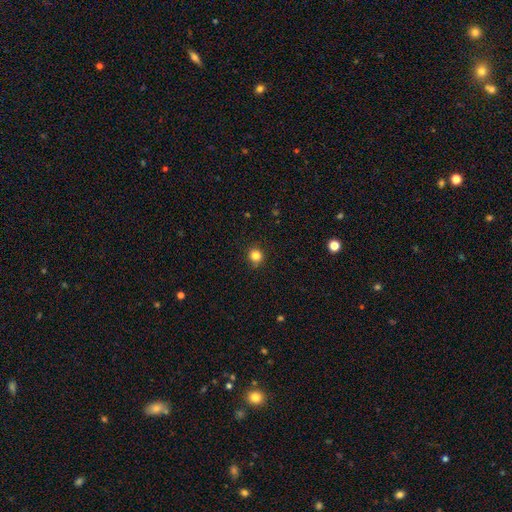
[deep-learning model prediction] Q: Smooth or featured?
A: smooth (83%); runner-up: star or artifact (13%)
Q: How rounded?
A: round (92%); runner-up: in between (7%)
Q: Merging?
A: none (88%); runner-up: minor disturbance (9%)